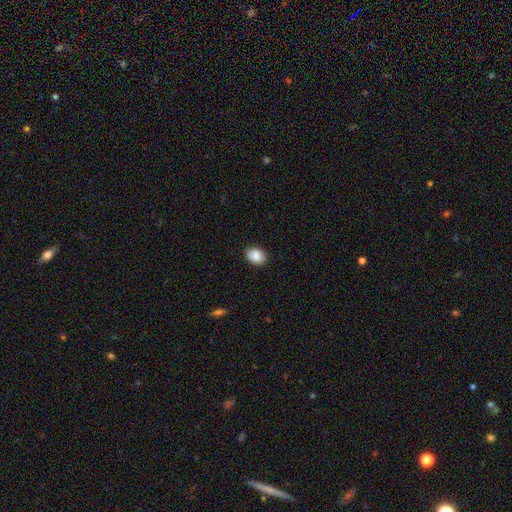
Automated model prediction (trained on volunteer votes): This appears to be a smooth galaxy with no disk features (88%) that is in between round and cigar-shaped (76%). Merging: none (88%).